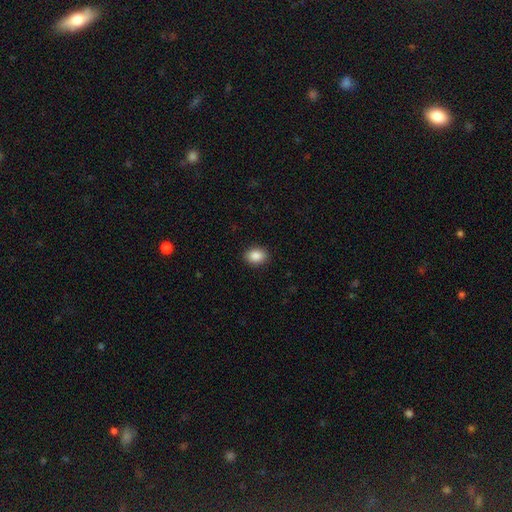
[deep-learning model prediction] Overall: smooth (88%). How rounded: in between (64%; round 35%). Merging: none (90%).